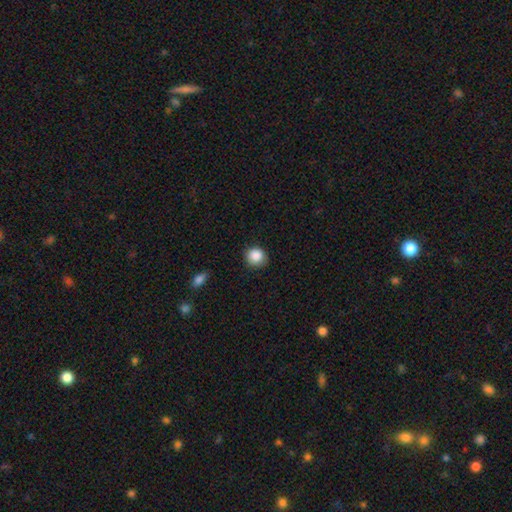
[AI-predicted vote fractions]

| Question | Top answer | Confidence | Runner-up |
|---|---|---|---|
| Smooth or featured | smooth | 87% | star or artifact (9%) |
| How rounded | round | 87% | in between (12%) |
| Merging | none | 85% | minor disturbance (12%) |